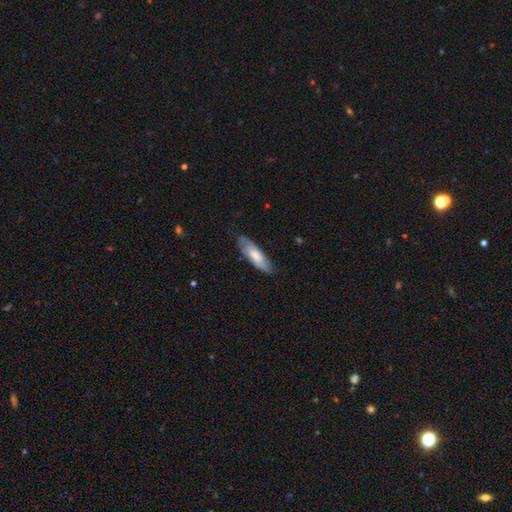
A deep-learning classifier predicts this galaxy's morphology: type=smooth (60%); roundness=in between (52%); merging=none (72%).